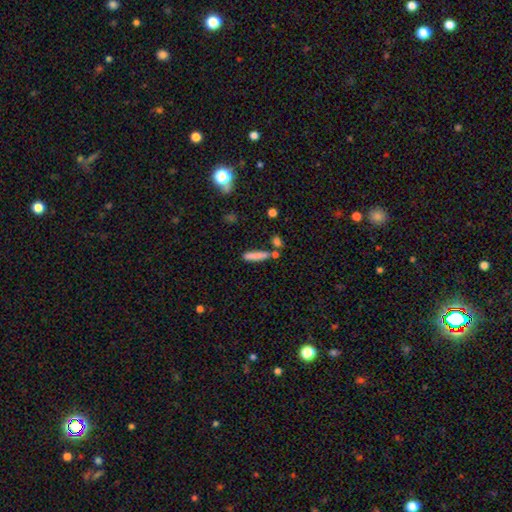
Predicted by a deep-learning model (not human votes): Overall: smooth (80%). How rounded: cigar-shaped (83%). Merging: none (67%).